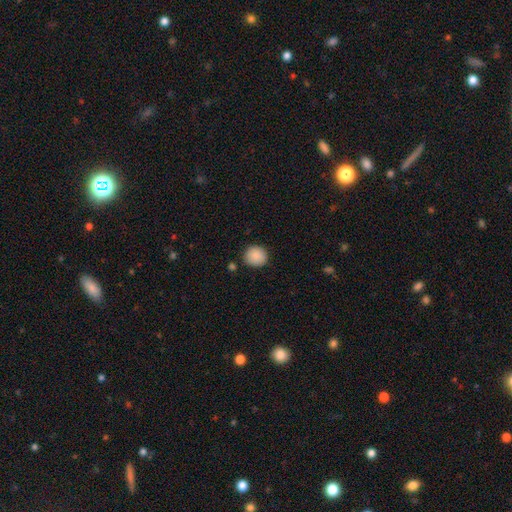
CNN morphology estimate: Smooth or featured? Predicted: smooth (p=0.88). How rounded? Predicted: round (p=0.89). Merging? Predicted: none (p=0.85).